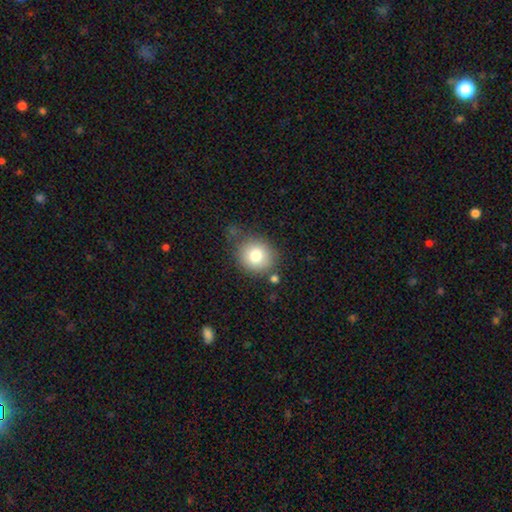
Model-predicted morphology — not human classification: smooth_or_featured: smooth (p=0.79) [alt: featured or disk p=0.11]
how_rounded: round (p=0.83) [alt: in between p=0.16]
merging: none (p=0.70) [alt: minor disturbance p=0.17]